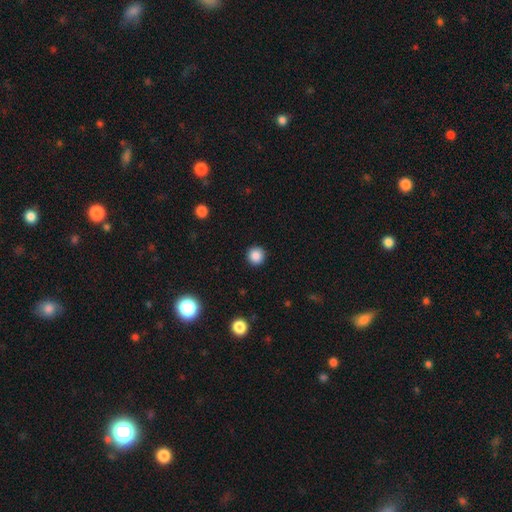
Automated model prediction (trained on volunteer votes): Q: Smooth or featured?
A: smooth (86%); runner-up: star or artifact (10%)
Q: How rounded?
A: round (95%); runner-up: in between (4%)
Q: Merging?
A: none (92%); runner-up: minor disturbance (5%)